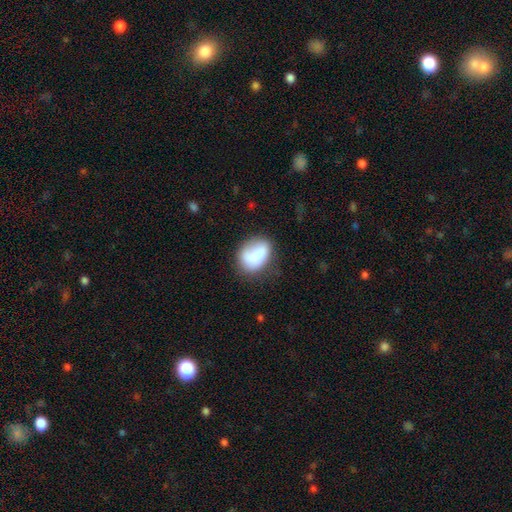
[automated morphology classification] Overall: smooth (80%). How rounded: in between (73%). Merging: none (53%; minor disturbance 28%).